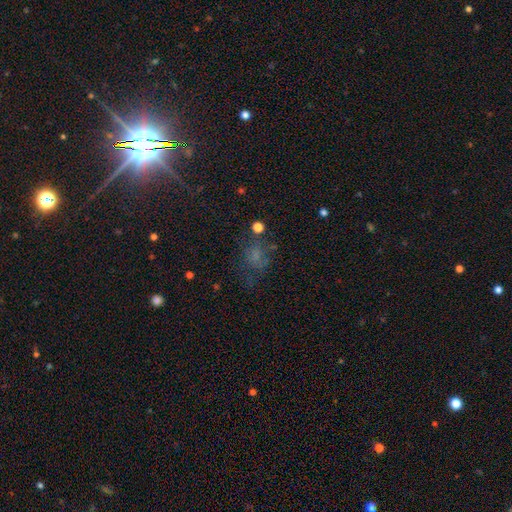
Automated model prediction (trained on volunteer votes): Smooth or featured? smooth (49%)
Merging? none (49%)